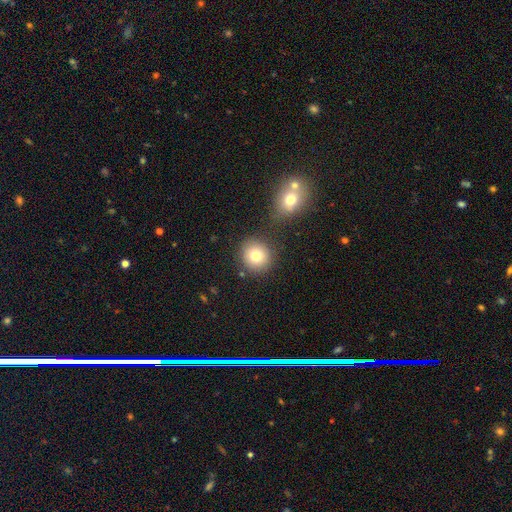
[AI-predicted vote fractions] This appears to be a smooth galaxy with no disk features (78%) that is round (90%). Merging: none (80%).